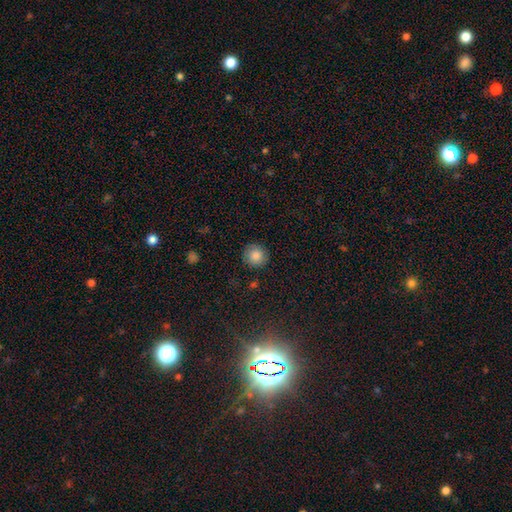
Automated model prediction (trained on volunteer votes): Smooth or featured? smooth (84%)
How rounded? round (93%)
Merging? none (89%)